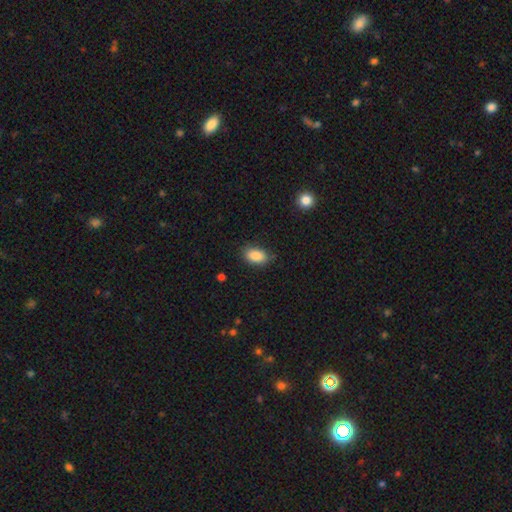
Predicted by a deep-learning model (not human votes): smooth 87%, star or artifact 8%, featured or disk 5%. Down the decision tree: how rounded — in between (90%); merging — none (78%).